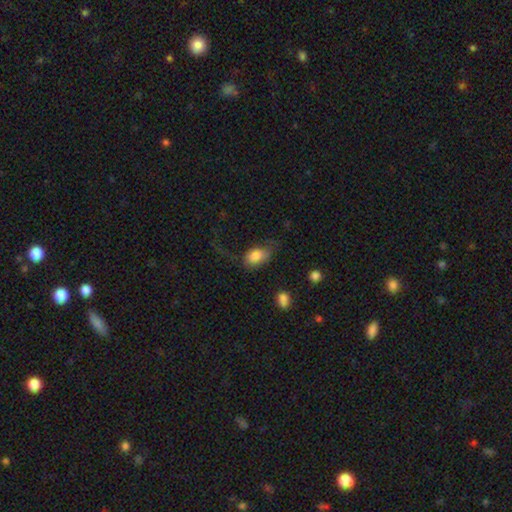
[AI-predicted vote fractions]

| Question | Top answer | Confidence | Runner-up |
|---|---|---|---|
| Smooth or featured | smooth | 80% | featured or disk (13%) |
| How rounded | in between | 86% | round (12%) |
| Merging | none | 44% | minor disturbance (27%) |